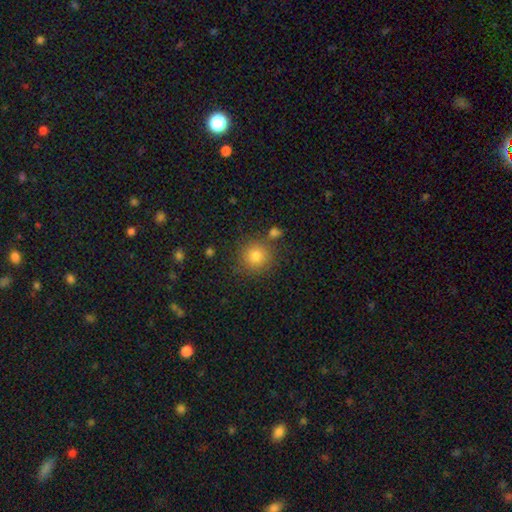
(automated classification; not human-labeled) Q: Smooth or featured?
A: smooth (82%); runner-up: star or artifact (12%)
Q: How rounded?
A: round (92%); runner-up: in between (7%)
Q: Merging?
A: none (79%); runner-up: minor disturbance (10%)